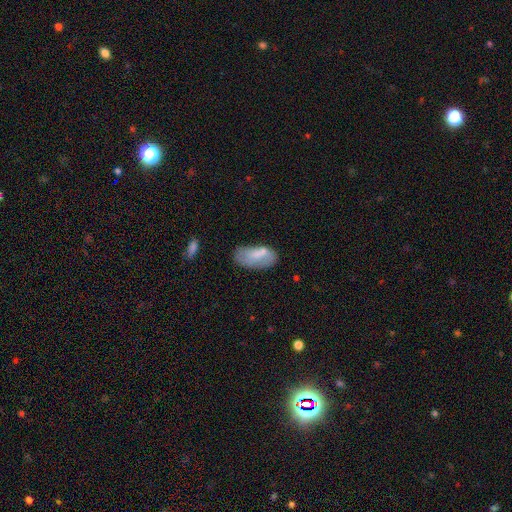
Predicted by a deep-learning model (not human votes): Smooth or featured?
  - smooth: 68% *
  - featured or disk: 25%
  - star or artifact: 7%
How rounded?
  - in between: 91% *
  - cigar-shaped: 6%
  - round: 3%
Merging?
  - none: 49% *
  - minor disturbance: 29%
  - major disturbance: 13%
  - merger: 9%